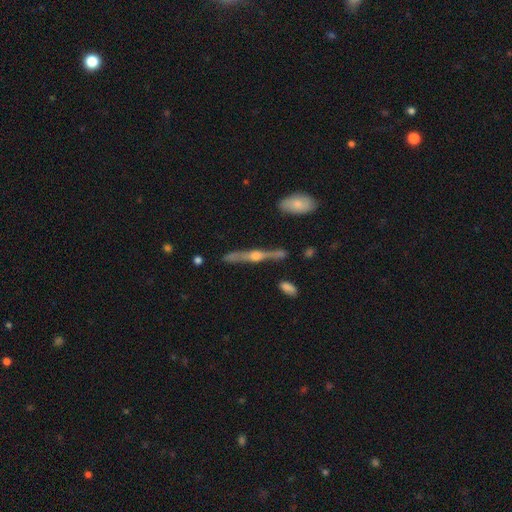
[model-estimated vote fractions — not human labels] smooth_or_featured: featured or disk (p=0.81) [alt: smooth p=0.13]
disk_edge_on: yes (p=0.97) [alt: no p=0.03]
edge_on_bulge: rounded (p=0.93) [alt: boxy p=0.05]
merging: none (p=0.82) [alt: minor disturbance p=0.11]